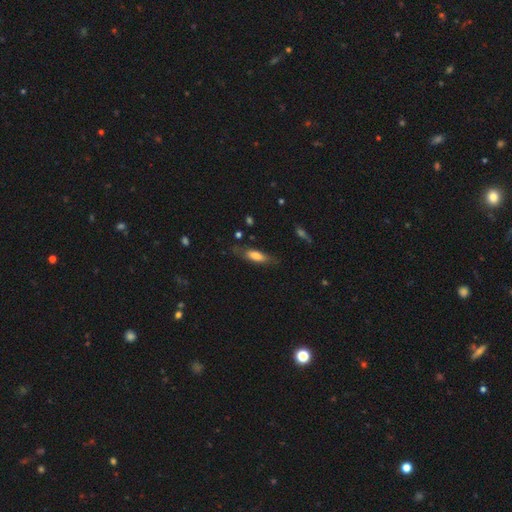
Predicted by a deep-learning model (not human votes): A smooth galaxy with no disk features (64%) that is cigar-shaped (49%, tied with in between). Merging: none (69%).